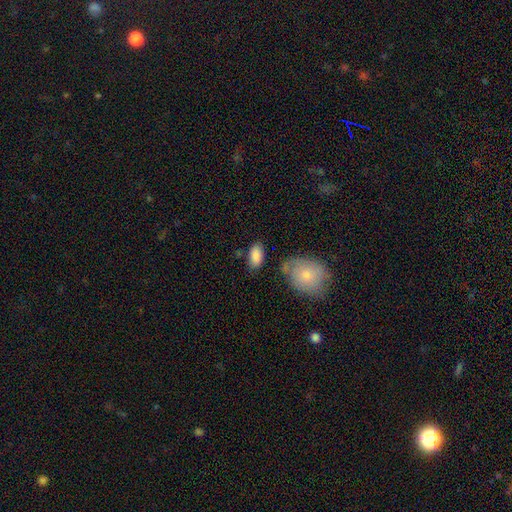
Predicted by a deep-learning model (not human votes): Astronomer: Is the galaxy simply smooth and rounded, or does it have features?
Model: smooth — 88%.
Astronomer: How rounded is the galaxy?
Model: in between — 94%.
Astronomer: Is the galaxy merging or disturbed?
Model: none — 71%.